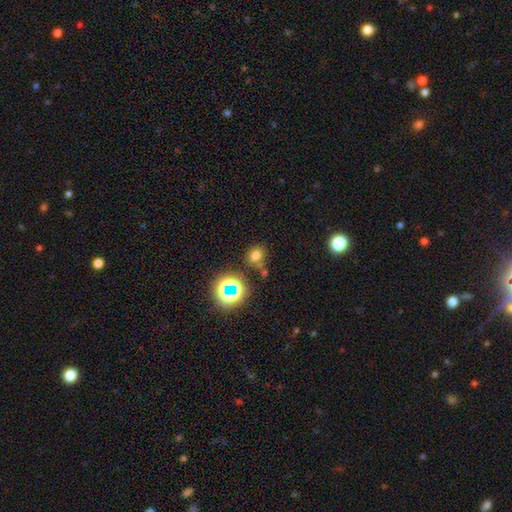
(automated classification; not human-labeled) Q: Smooth or featured?
A: smooth (69%); runner-up: star or artifact (23%)
Q: How rounded?
A: round (66%); runner-up: in between (33%)
Q: Merging?
A: none (73%); runner-up: minor disturbance (13%)